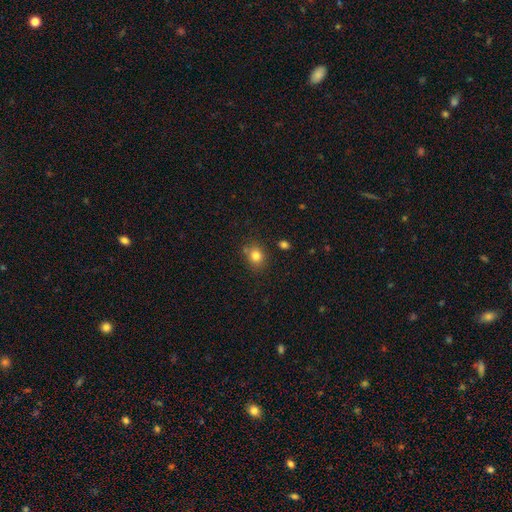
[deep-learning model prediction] smooth 81%, star or artifact 12%, featured or disk 7%. Down the decision tree: how rounded — round (63%); merging — none (75%).